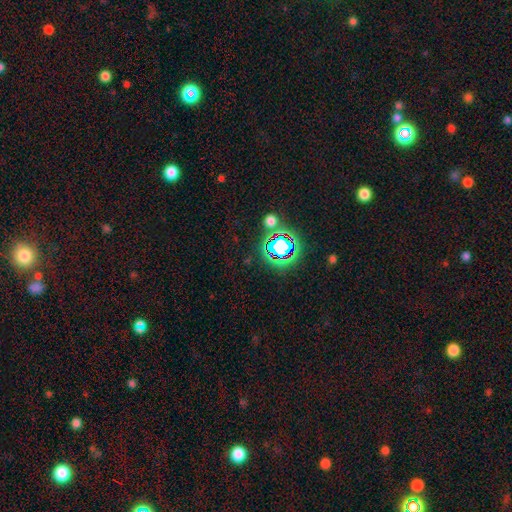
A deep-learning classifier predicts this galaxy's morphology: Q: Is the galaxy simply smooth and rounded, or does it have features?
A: star or artifact — 78%.